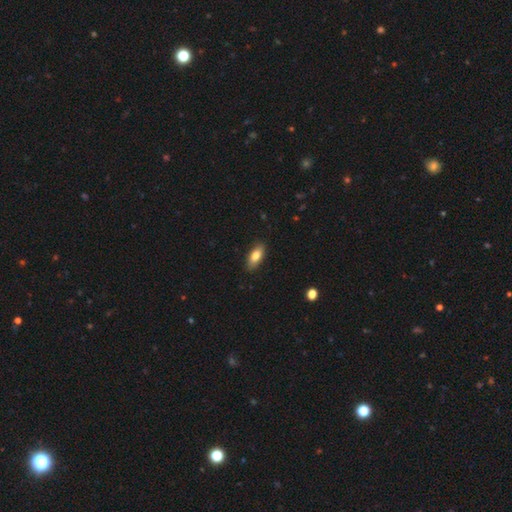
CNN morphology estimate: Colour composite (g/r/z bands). It shows a smooth galaxy with no disk features (80%) that is in between round and cigar-shaped (83%). Merging: none (87%).